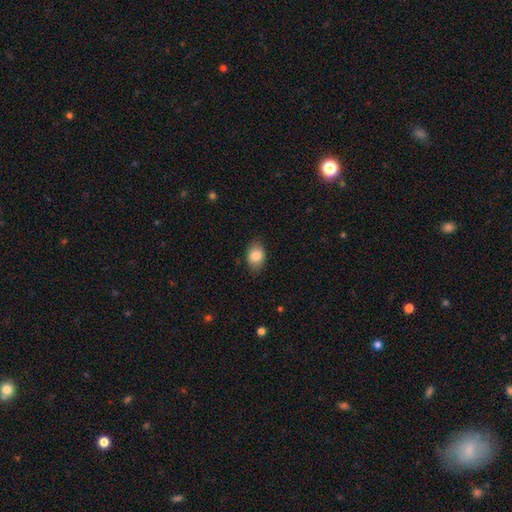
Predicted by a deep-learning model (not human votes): This appears to be a smooth galaxy with no disk features (85%) that is in between round and cigar-shaped (79%). Merging: none (81%).